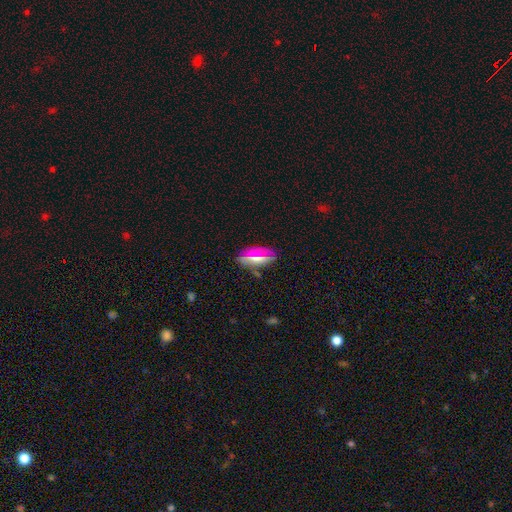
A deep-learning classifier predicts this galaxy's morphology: This is possibly a featured or disk galaxy (47%). Merging: likely none (78%).